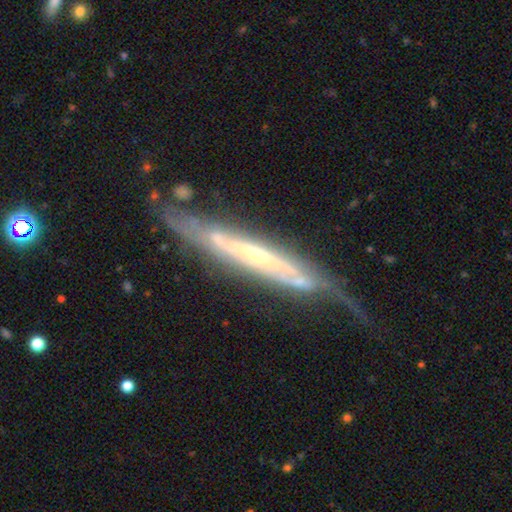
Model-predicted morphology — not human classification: Smooth or featured? Predicted: featured or disk (p=0.83). Edge-on disk? Predicted: yes (p=0.66). Edge-on bulge? Predicted: rounded (p=0.51). Merging? Predicted: none (p=0.50).